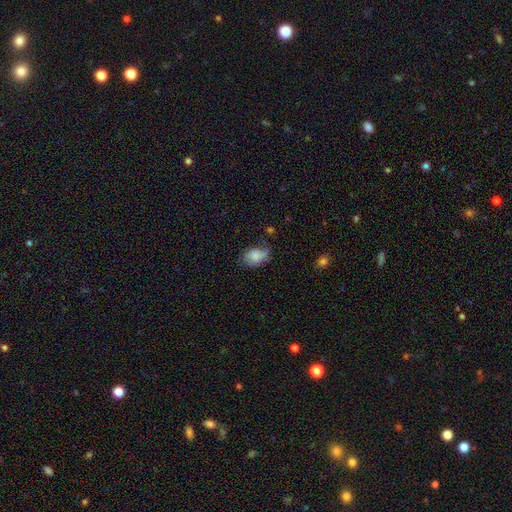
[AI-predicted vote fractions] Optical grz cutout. It shows a smooth galaxy with no disk features (75%) that is in between round and cigar-shaped (81%). Merging: none (51%).